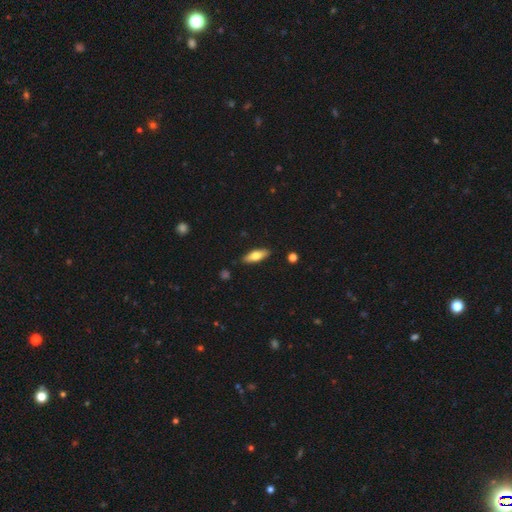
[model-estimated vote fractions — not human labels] This is likely a smooth galaxy (64%). How rounded: possibly in between (56%). Merging: clearly none (87%).